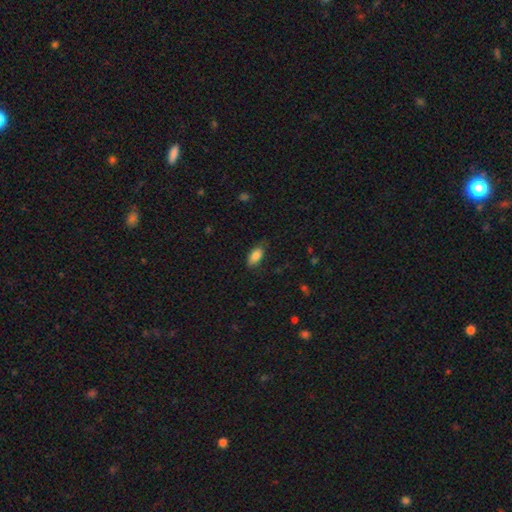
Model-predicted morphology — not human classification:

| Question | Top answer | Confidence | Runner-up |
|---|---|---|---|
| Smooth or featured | smooth | 85% | star or artifact (7%) |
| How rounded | in between | 89% | cigar-shaped (7%) |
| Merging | none | 74% | minor disturbance (20%) |